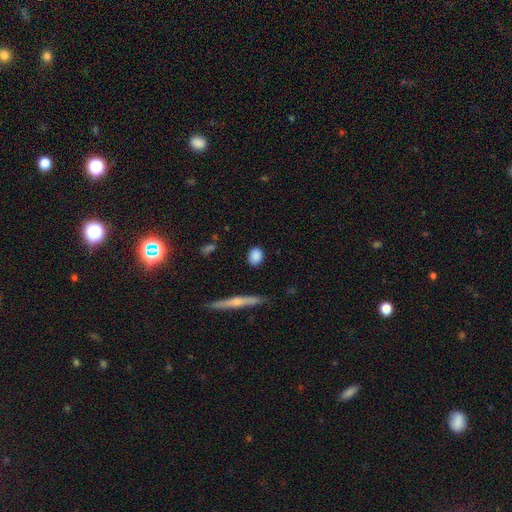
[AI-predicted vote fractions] A smooth galaxy with no disk features (86%) that is in between round and cigar-shaped (50%). Merging: none (87%).